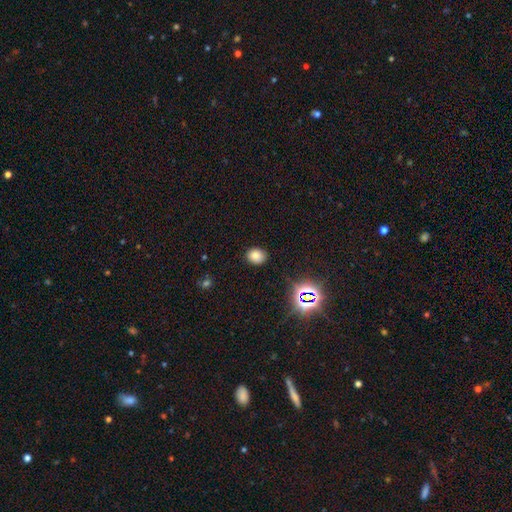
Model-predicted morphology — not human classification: This is likely a smooth galaxy (77%). How rounded: possibly round (55%). Merging: clearly none (86%).